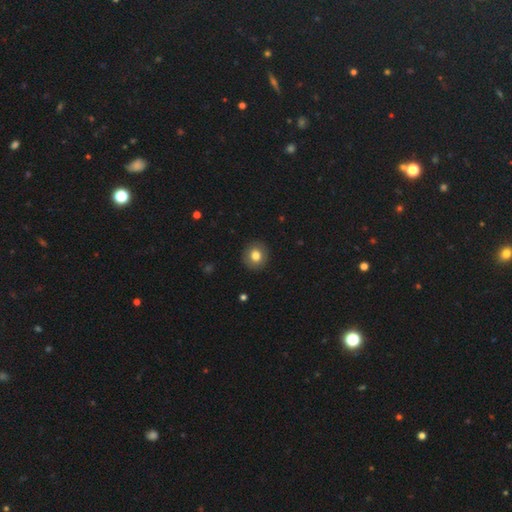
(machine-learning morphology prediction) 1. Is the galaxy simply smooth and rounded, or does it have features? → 80% smooth, 11% featured or disk, 9% star or artifact.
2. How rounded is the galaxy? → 87% round, 12% in between, 1% cigar-shaped.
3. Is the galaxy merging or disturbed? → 91% none, 6% minor disturbance, 2% major disturbance, 1% merger.